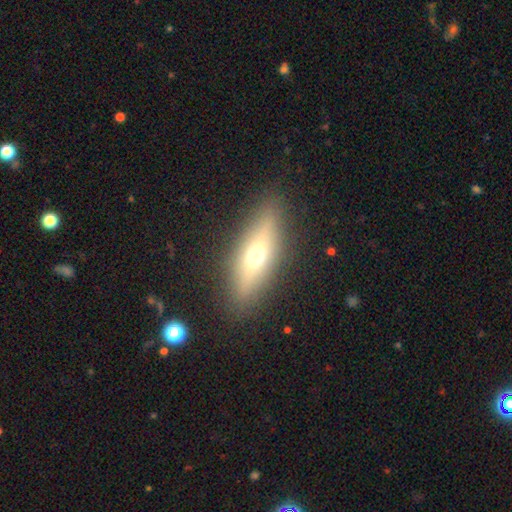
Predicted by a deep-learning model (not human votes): Overall: featured or disk (50%; smooth 42%). Merging: none (87%).